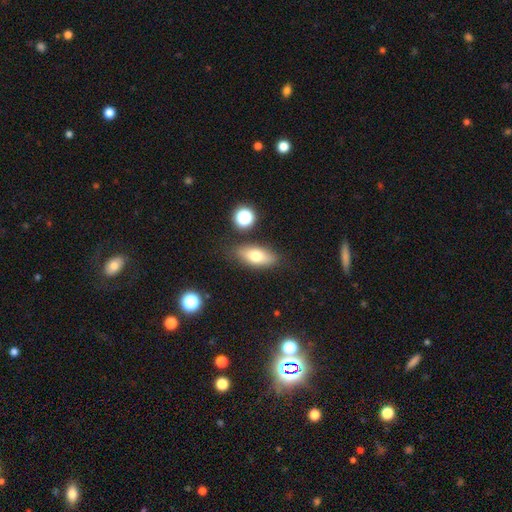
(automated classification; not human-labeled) Overall: smooth (71%). How rounded: in between (80%). Merging: none (82%).